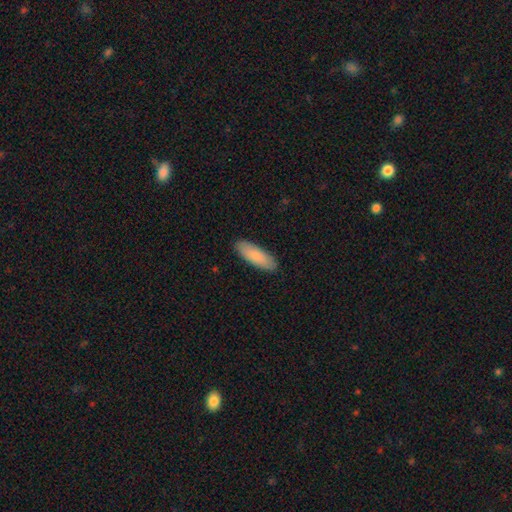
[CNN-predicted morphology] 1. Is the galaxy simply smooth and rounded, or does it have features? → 84% smooth, 10% featured or disk, 5% star or artifact.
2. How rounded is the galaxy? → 56% in between, 42% cigar-shaped, 2% round.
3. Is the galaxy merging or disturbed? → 89% none, 8% minor disturbance, 2% major disturbance, 1% merger.